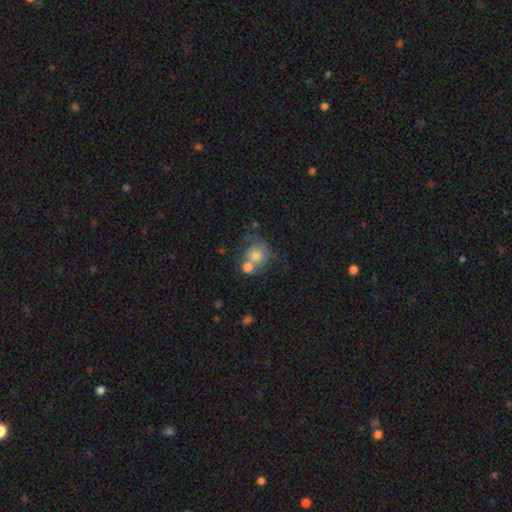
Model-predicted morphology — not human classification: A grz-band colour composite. It shows a smooth galaxy with no disk features (58%) that is round (78%). Merging: merger (39%).